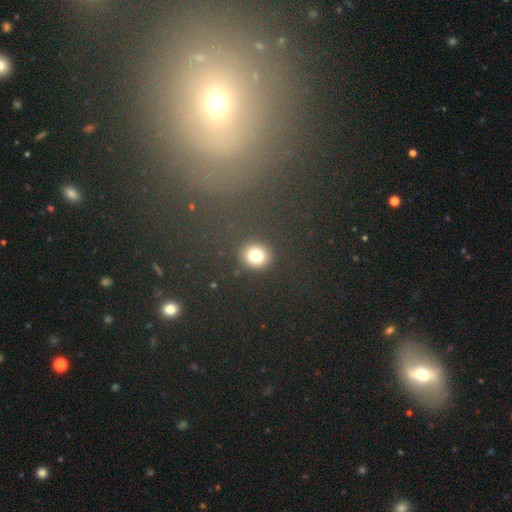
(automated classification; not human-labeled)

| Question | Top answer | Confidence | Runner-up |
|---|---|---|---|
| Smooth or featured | smooth | 79% | star or artifact (15%) |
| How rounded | round | 80% | in between (18%) |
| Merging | none | 88% | minor disturbance (7%) |